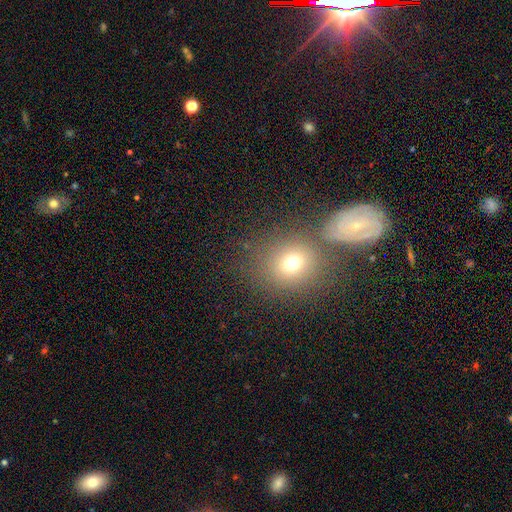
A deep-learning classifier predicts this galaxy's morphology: This is marginally a smooth galaxy (45%). Merging: likely none (65%).